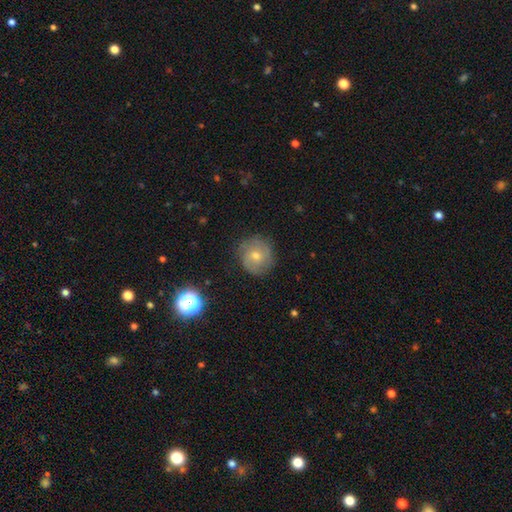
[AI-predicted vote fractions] Smooth or featured: featured or disk — 47% (smooth — 38%)
Merging: none — 81% (minor disturbance — 14%)